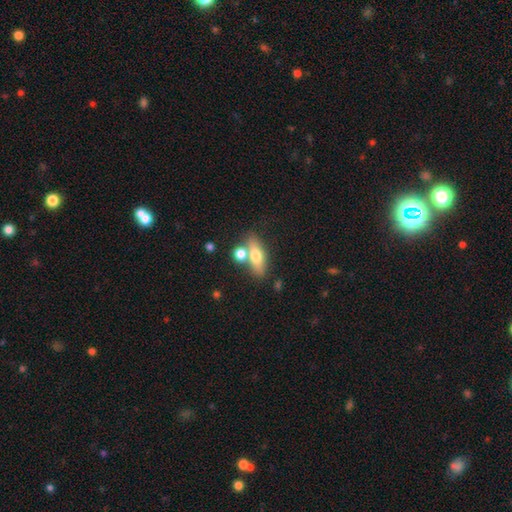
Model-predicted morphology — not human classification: type=smooth (62%); roundness=in between (60%); merging=none (59%).